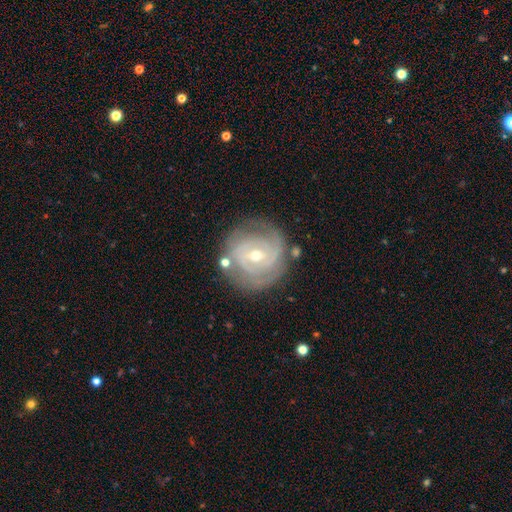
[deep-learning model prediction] A featured or disk galaxy (84%) with no bar (44%), 2 (37%) tight (68%) spiral arms (93%) and a small central bulge (57%).

Vote fractions:
- Smooth or featured? featured or disk: 84% / smooth: 10% / star or artifact: 6%
- Edge-on disk? no: 97% / yes: 3%
- Bar? no: 44% / weak: 43% / strong: 13%
- Spiral arms? yes: 93% / no: 7%
- Spiral winding? tight: 68% / medium: 26% / loose: 6%
- Spiral arm count? 2: 37% / can't tell: 27% / 3: 22% / 4: 6% / 1: 4% / more than 4: 4%
- Bulge size? small: 57% / moderate: 40% / large: 1% / none: 1% / dominant: 1%
- Merging? none: 73% / minor disturbance: 16% / major disturbance: 6% / merger: 4%